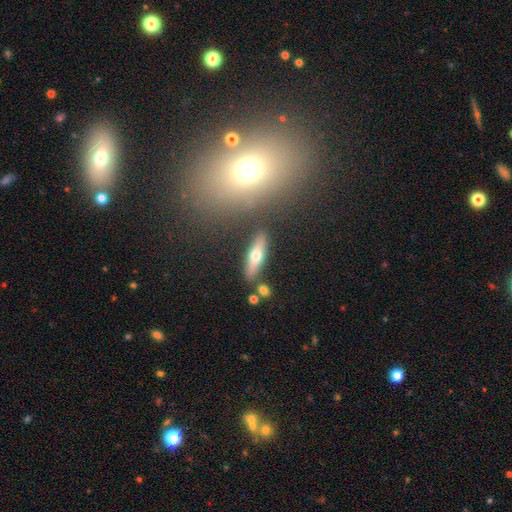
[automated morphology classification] This appears to be a smooth galaxy with no disk features (56%) that is cigar-shaped (60%). Merging: none (82%).